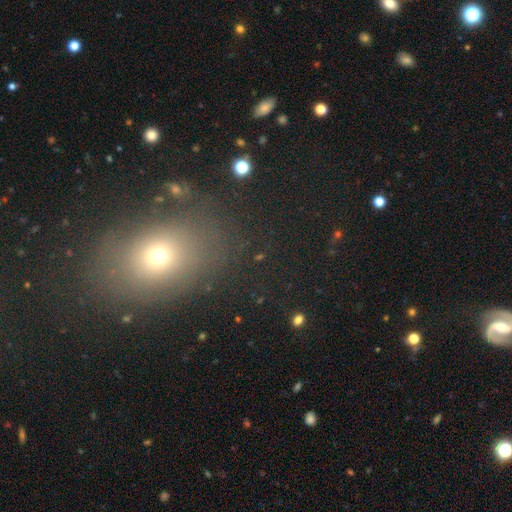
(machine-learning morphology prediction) Smooth or featured? smooth (60%)
How rounded? in between (59%)
Merging? none (83%)